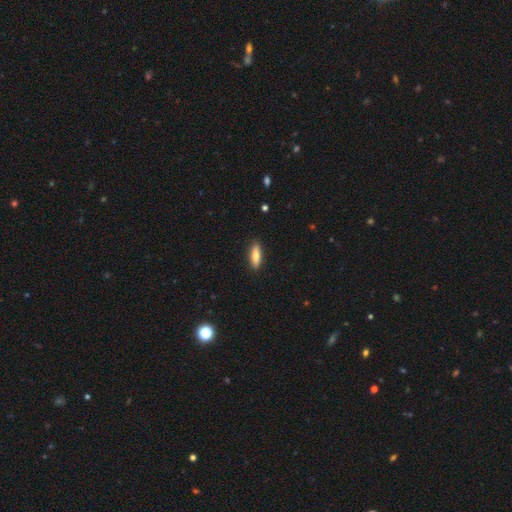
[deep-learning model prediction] Smooth or featured? Predicted: smooth (p=0.74). How rounded? Predicted: cigar-shaped (p=0.53). Merging? Predicted: none (p=0.89).